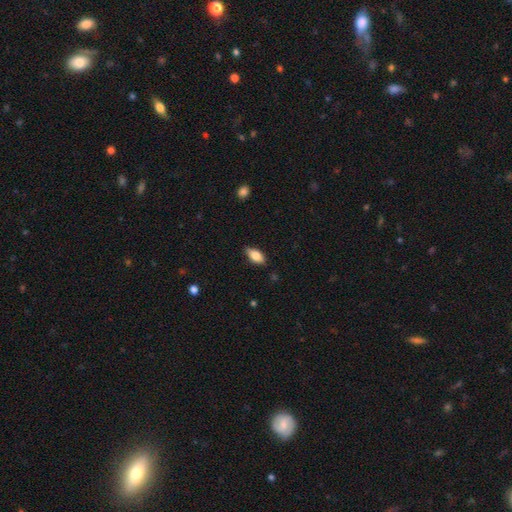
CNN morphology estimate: Smooth or featured: smooth — 79% (featured or disk — 14%)
How rounded: in between — 88% (cigar-shaped — 8%)
Merging: none — 83% (minor disturbance — 14%)